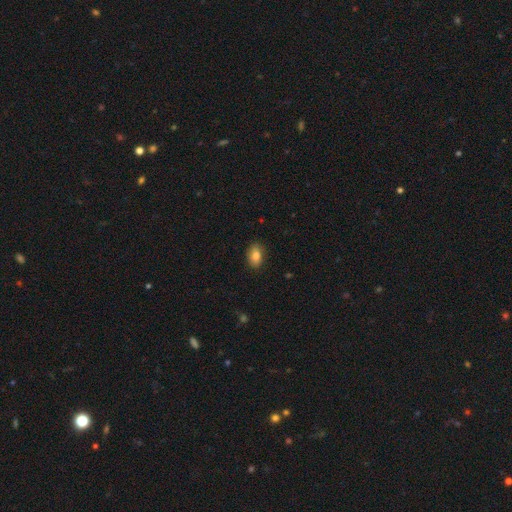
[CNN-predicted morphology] Smooth or featured? smooth (84%)
How rounded? in between (86%)
Merging? none (86%)